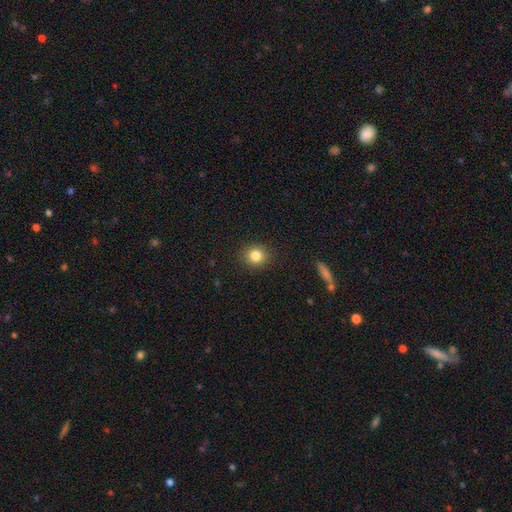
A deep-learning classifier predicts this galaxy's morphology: The model was most divided on "how rounded": round: 84%, in between: 15%, cigar-shaped: 1%. More confident: merging — none (90%); smooth or featured — smooth (83%).